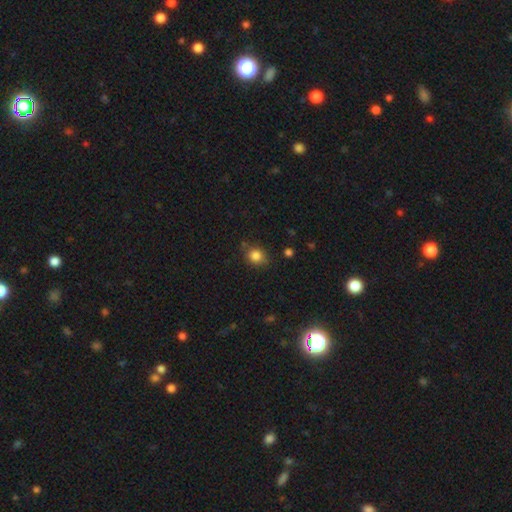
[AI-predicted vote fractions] A smooth galaxy with no disk features (84%) that is round (68%). Merging: none (77%).